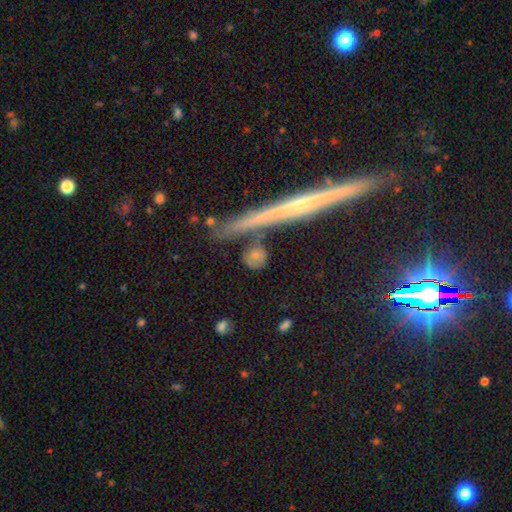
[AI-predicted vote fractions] This appears to be a smooth galaxy with no disk features (66%) that is round (69%). Merging: none (69%).